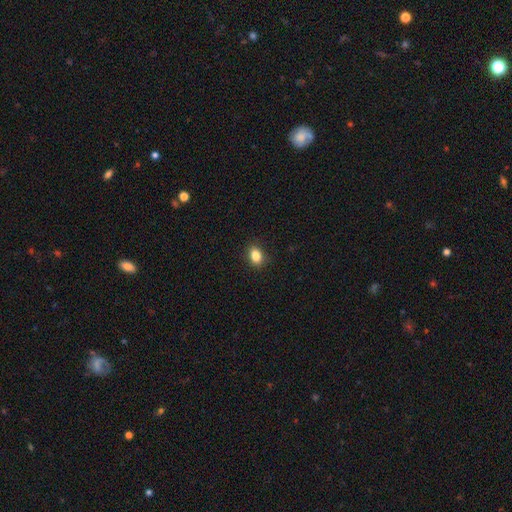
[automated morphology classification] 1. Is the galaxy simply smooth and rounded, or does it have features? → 85% smooth, 10% star or artifact, 5% featured or disk.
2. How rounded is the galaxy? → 71% in between, 28% round, 1% cigar-shaped.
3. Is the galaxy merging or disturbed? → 89% none, 8% minor disturbance, 2% major disturbance, 1% merger.